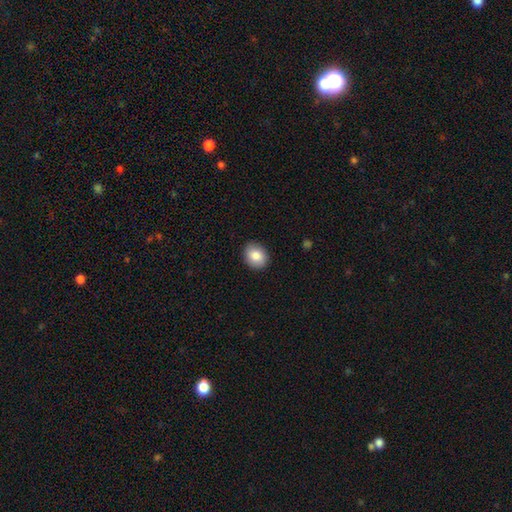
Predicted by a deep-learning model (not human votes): smooth-or-featured: smooth: 85% | star or artifact: 8% | featured or disk: 8%
  how-rounded: round: 53% | in between: 46% | cigar-shaped: 1%
  merging: none: 89% | minor disturbance: 8% | major disturbance: 2% | merger: 1%